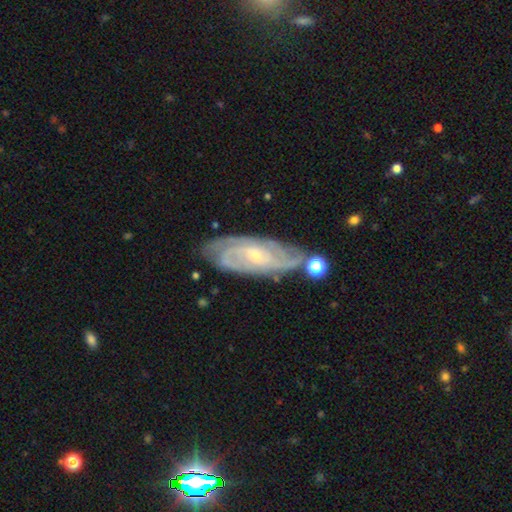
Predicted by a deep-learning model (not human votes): This appears to be a featured or disk galaxy (86%) with no bar (53%), tight (66%) spiral arms (97%) and a small central bulge (73%). Merging: none (72%).